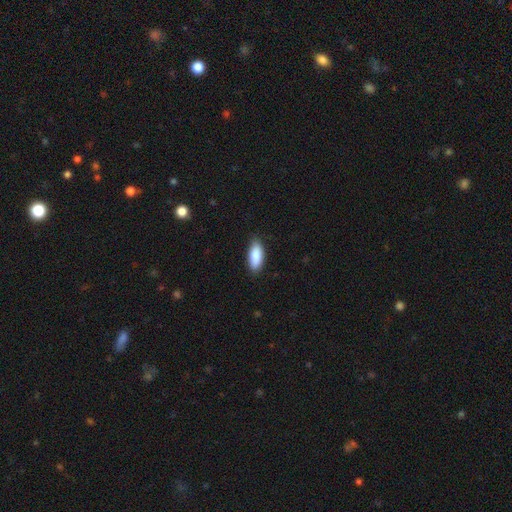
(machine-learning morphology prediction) Smooth or featured: smooth — 88% (featured or disk — 6%)
How rounded: in between — 82% (cigar-shaped — 17%)
Merging: none — 84% (minor disturbance — 13%)